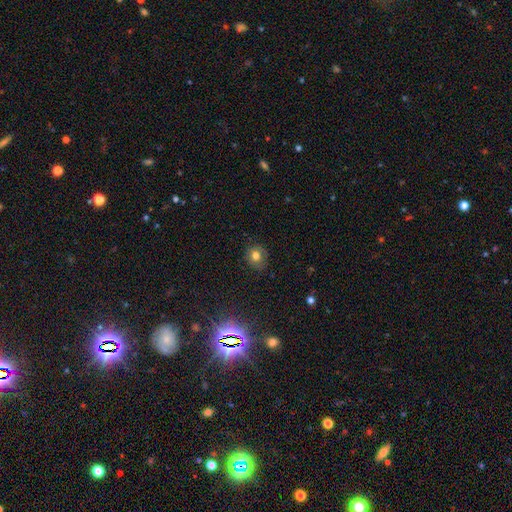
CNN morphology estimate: Q: Smooth or featured?
A: smooth (75%); runner-up: star or artifact (15%)
Q: How rounded?
A: round (79%); runner-up: in between (20%)
Q: Merging?
A: none (80%); runner-up: minor disturbance (15%)